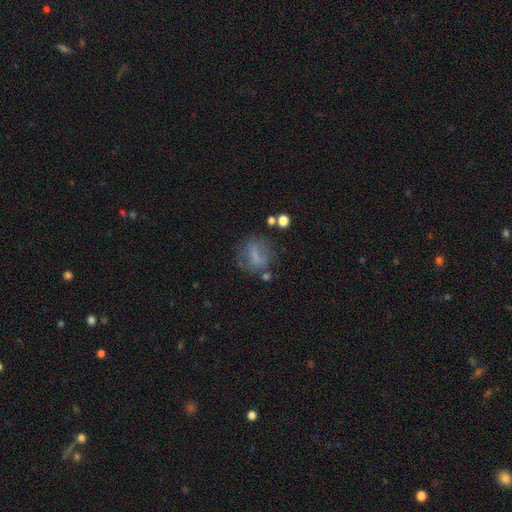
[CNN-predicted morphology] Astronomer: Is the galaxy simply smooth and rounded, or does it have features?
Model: smooth — 53% (runner-up: featured or disk, 32%).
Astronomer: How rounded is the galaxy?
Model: round — 56% (runner-up: in between, 39%).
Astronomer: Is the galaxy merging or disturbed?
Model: none — 54%.